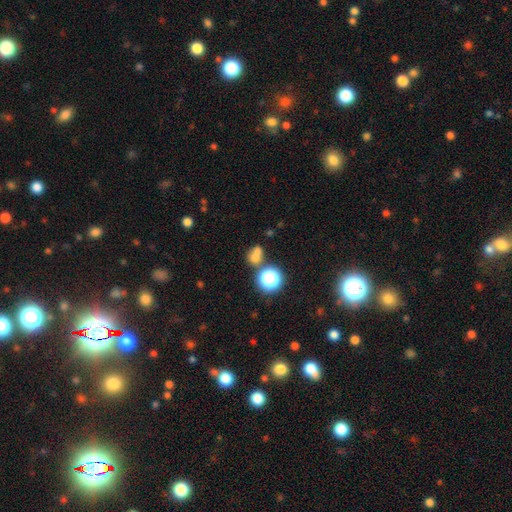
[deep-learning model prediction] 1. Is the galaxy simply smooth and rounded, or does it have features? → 66% smooth, 22% star or artifact, 12% featured or disk.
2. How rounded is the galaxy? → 73% round, 25% in between, 1% cigar-shaped.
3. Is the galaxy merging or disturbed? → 45% merger, 42% none, 8% minor disturbance, 5% major disturbance.